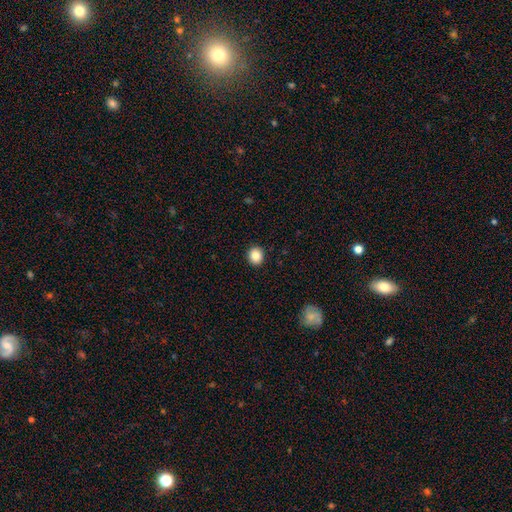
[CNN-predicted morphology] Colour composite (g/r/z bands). It shows a smooth galaxy with no disk features (87%) that is round (81%). Merging: none (92%).